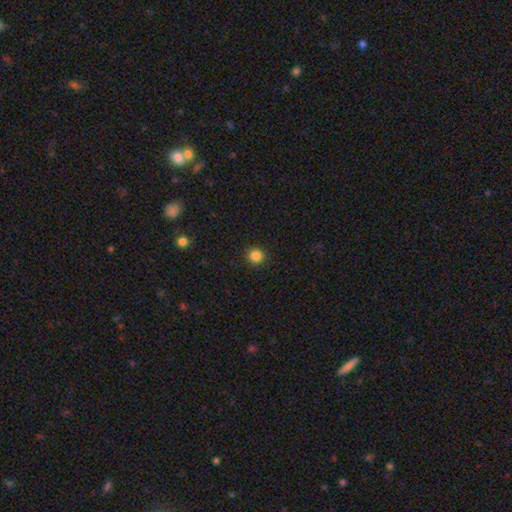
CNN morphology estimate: A smooth galaxy with no disk features (85%) that is round (95%). Merging: none (93%).